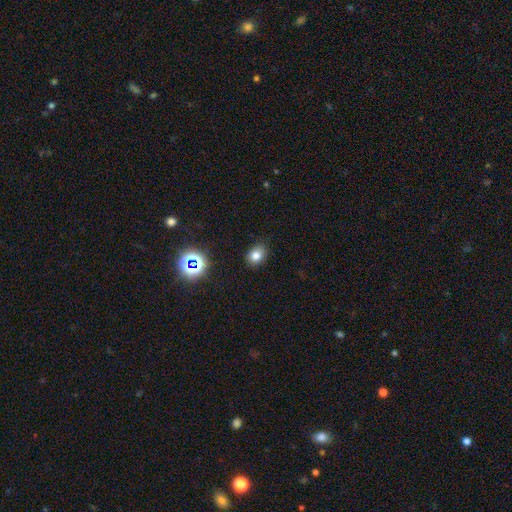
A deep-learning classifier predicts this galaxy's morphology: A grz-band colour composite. It shows a smooth galaxy with no disk features (77%) that is in between round and cigar-shaped (60%). Merging: none (83%).